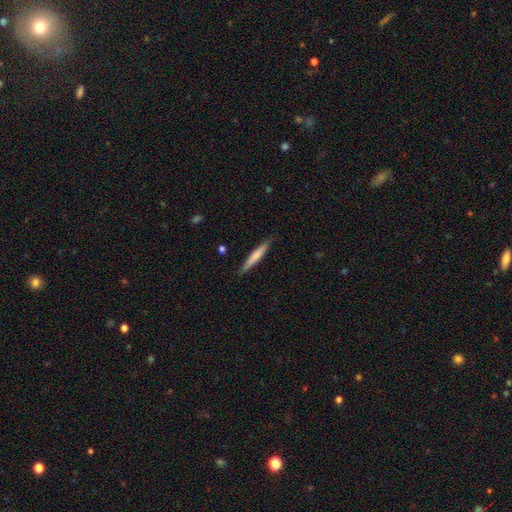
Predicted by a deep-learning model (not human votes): Smooth or featured? smooth (64%)
How rounded? cigar-shaped (94%)
Merging? none (86%)